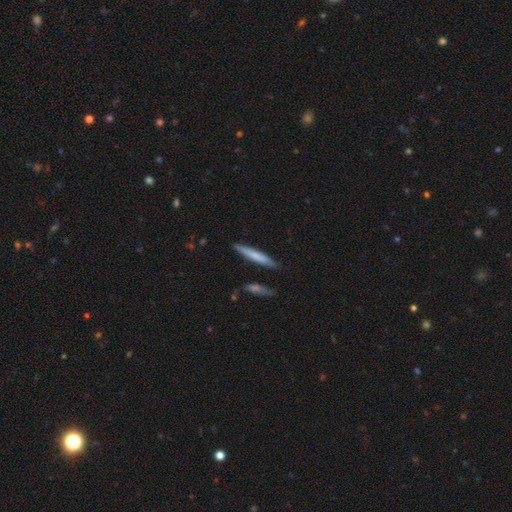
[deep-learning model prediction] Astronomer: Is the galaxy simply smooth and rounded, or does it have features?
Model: smooth — 67%.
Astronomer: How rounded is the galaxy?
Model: cigar-shaped — 94%.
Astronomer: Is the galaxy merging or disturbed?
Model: none — 83%.